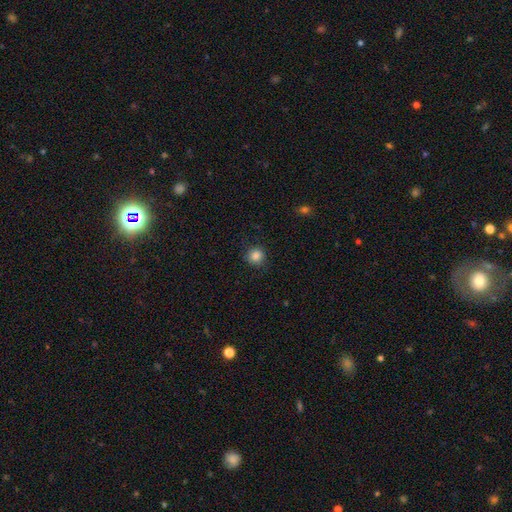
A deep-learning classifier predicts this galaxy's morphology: smooth_or_featured: smooth (p=0.86) [alt: star or artifact p=0.10]
how_rounded: round (p=0.91) [alt: in between p=0.08]
merging: none (p=0.86) [alt: minor disturbance p=0.10]